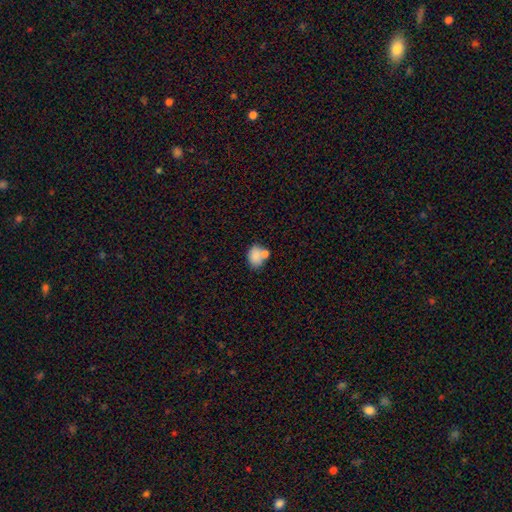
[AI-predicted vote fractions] smooth 81%, featured or disk 10%, star or artifact 9%. Down the decision tree: how rounded — in between (64%); merging — none (47%).